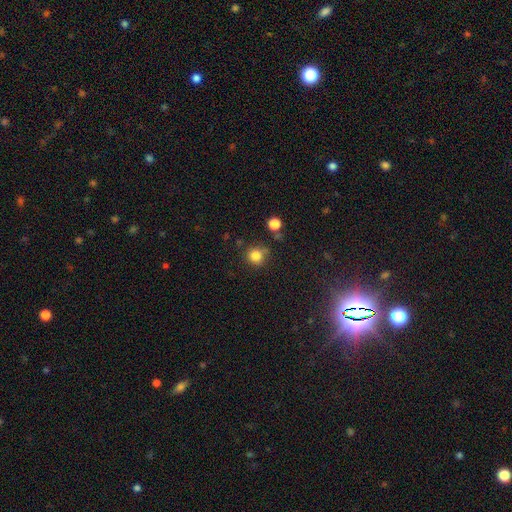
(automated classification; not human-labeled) Smooth or featured: smooth — 83% (star or artifact — 12%)
How rounded: round — 89% (in between — 10%)
Merging: none — 74% (minor disturbance — 16%)